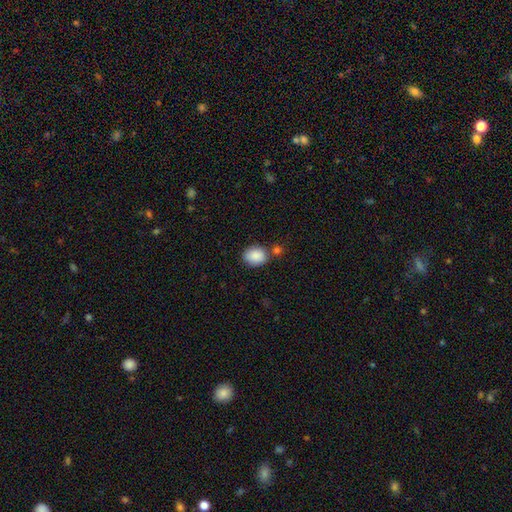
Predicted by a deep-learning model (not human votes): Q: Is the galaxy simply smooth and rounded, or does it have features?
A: smooth — 88%.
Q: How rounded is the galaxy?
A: in between — 56%.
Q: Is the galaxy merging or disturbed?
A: none — 69%.